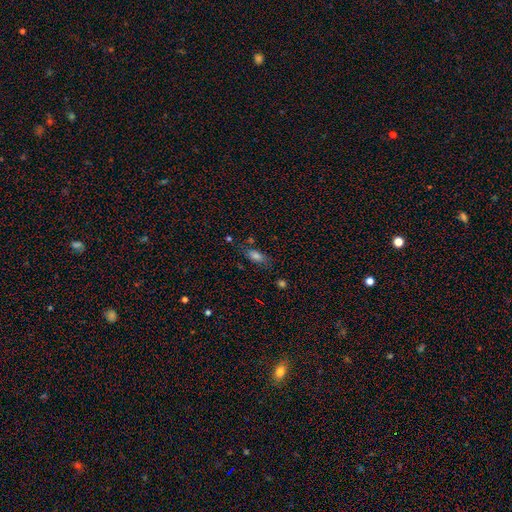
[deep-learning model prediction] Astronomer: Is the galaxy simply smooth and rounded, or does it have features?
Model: smooth — 75%.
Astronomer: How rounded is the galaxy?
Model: in between — 82%.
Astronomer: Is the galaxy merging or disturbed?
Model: none — 70%.